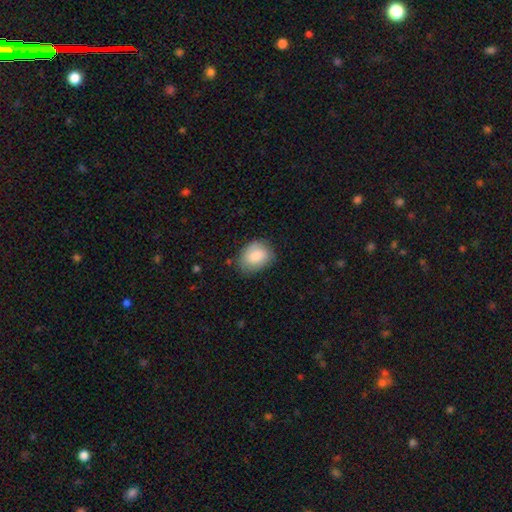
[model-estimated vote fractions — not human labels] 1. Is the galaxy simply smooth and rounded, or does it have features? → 83% smooth, 10% featured or disk, 7% star or artifact.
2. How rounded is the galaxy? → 63% in between, 36% round, 1% cigar-shaped.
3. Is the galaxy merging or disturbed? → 71% none, 23% minor disturbance, 5% major disturbance, 2% merger.